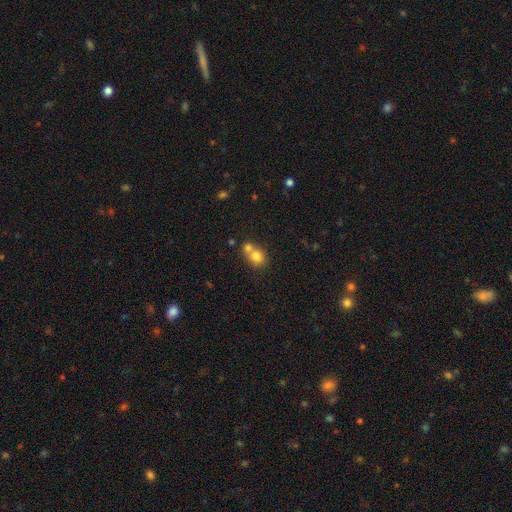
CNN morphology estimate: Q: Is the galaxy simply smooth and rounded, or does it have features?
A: smooth — 77%.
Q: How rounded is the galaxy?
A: round — 69%.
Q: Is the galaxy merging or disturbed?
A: merger — 54%.